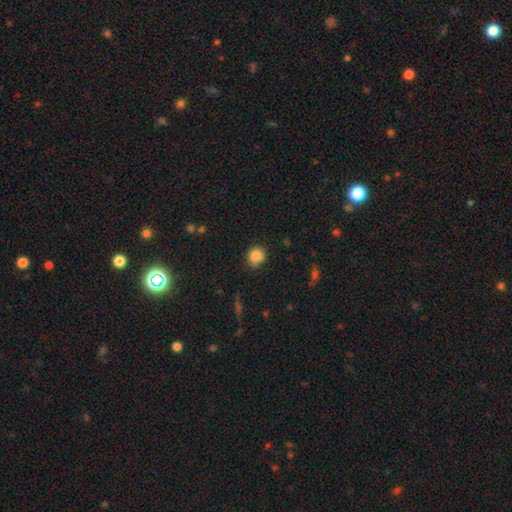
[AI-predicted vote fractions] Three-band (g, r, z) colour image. It shows a smooth galaxy with no disk features (84%) that is round (79%). Merging: none (72%).